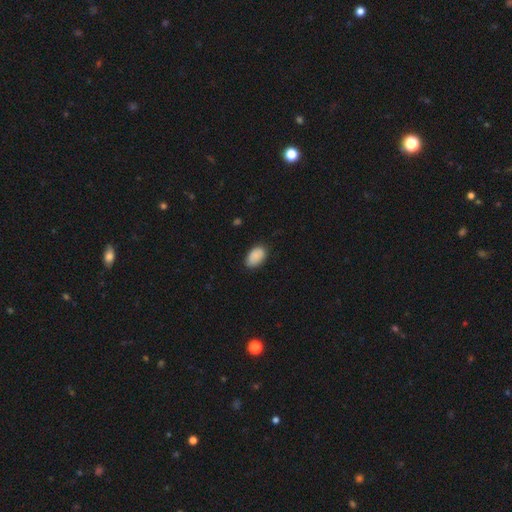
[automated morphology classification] The model was most divided on "merging": none: 79%, minor disturbance: 17%, major disturbance: 3%, merger: 1%. More confident: how rounded — in between (91%); smooth or featured — smooth (89%).